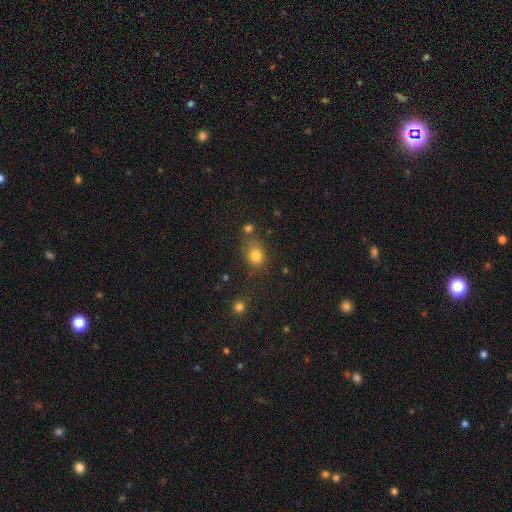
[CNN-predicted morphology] This is clearly a smooth galaxy (80%). How rounded: possibly round (58%). Merging: likely none (67%).